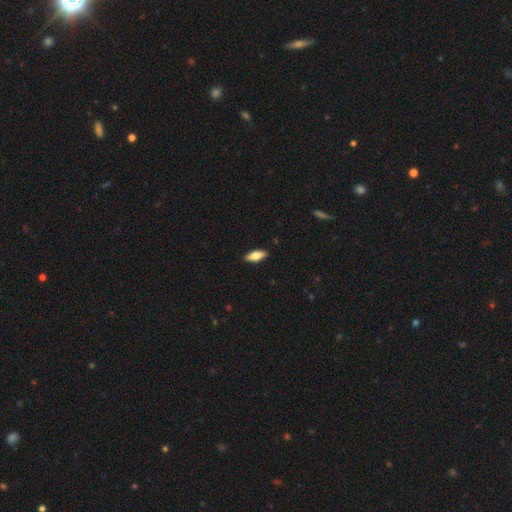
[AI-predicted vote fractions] smooth 71%, featured or disk 23%, star or artifact 6%. Down the decision tree: how rounded — in between (72%); merging — none (89%).